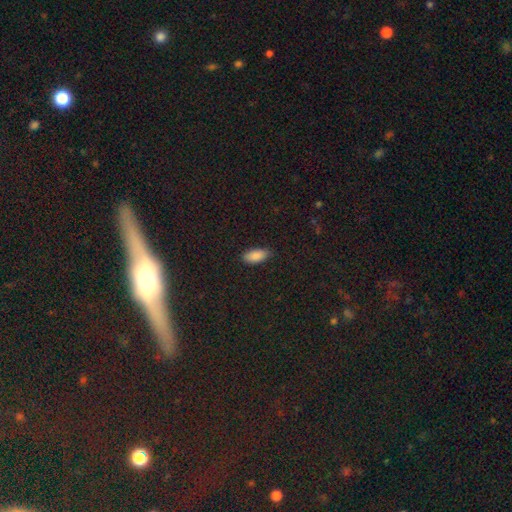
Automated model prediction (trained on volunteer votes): Morphology: type=smooth (87%); roundness=in between (89%); merging=none (82%).